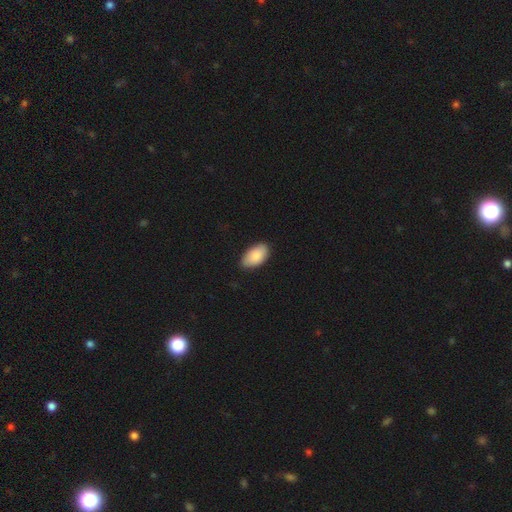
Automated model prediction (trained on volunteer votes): The model was most divided on "merging": none: 84%, minor disturbance: 13%, major disturbance: 2%, merger: 1%. More confident: how rounded — in between (95%); smooth or featured — smooth (87%).